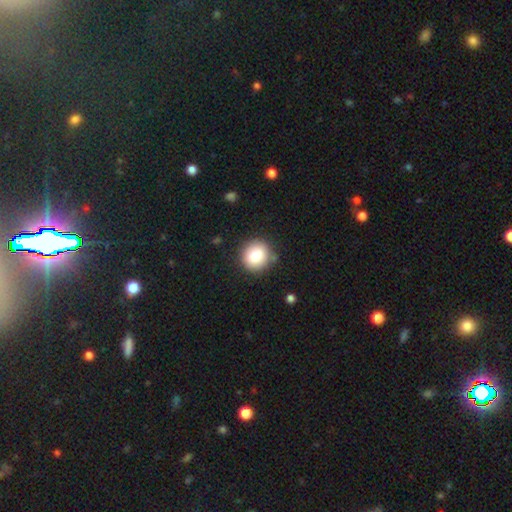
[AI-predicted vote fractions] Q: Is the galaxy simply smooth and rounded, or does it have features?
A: smooth — 82%.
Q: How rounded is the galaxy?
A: round — 85%.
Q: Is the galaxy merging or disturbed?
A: none — 86%.